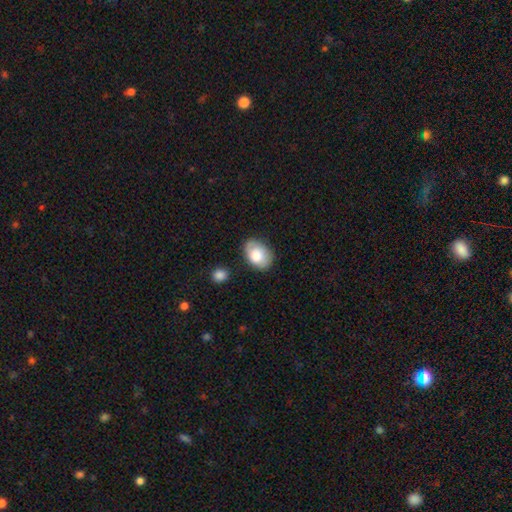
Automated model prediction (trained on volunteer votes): Morphology: type=smooth (74%); roundness=in between (83%); merging=none (75%).